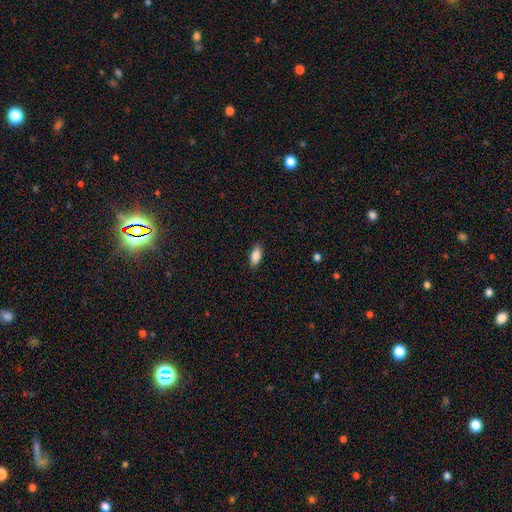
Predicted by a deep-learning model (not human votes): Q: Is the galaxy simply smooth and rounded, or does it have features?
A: smooth — 87%.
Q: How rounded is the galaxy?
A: in between — 85%.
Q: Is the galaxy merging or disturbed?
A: none — 88%.